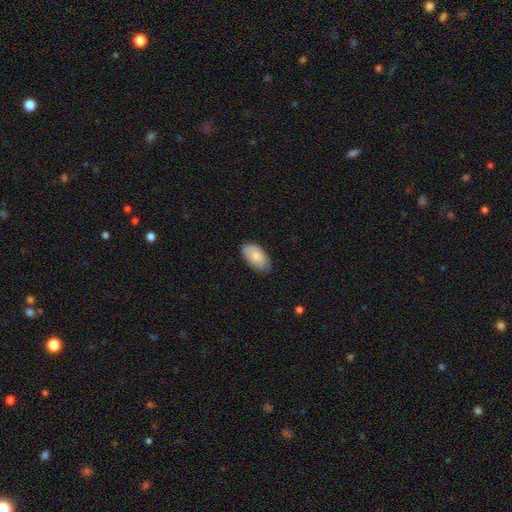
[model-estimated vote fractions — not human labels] smooth 83%, featured or disk 11%, star or artifact 6%. Down the decision tree: how rounded — in between (95%); merging — none (76%).